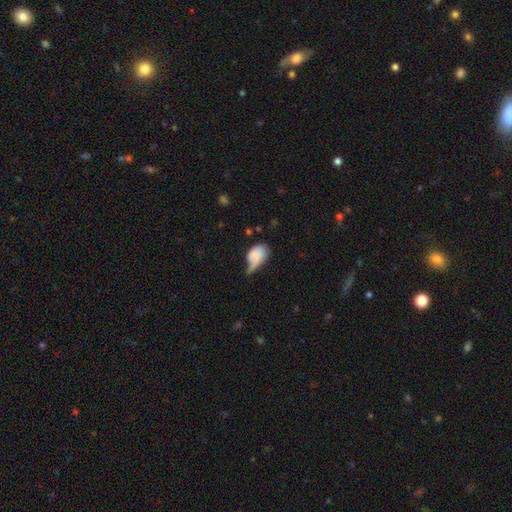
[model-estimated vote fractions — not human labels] Smooth or featured? Predicted: smooth (p=0.76). How rounded? Predicted: in between (p=0.84). Merging? Predicted: minor disturbance (p=0.42).